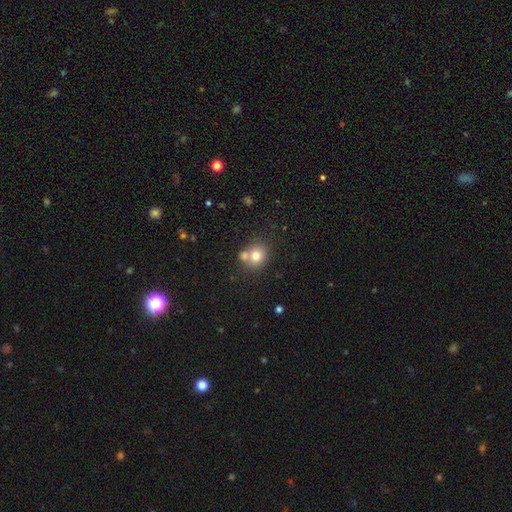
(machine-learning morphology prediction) type=smooth (75%); roundness=round (75%); merging=none (50%).